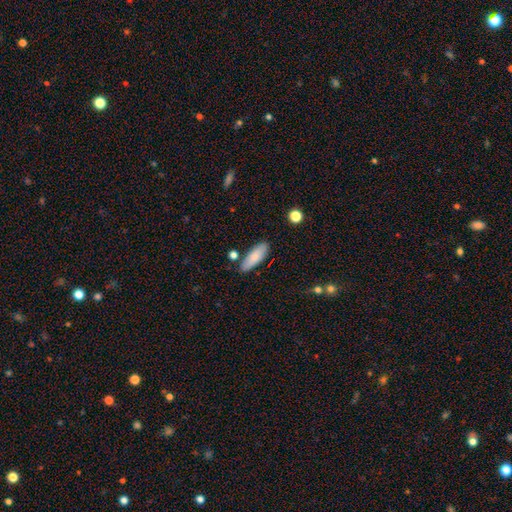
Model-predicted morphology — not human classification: Smooth or featured?
  - smooth: 82% *
  - featured or disk: 12%
  - star or artifact: 6%
How rounded?
  - in between: 63% *
  - cigar-shaped: 35%
  - round: 2%
Merging?
  - none: 82% *
  - minor disturbance: 12%
  - merger: 4%
  - major disturbance: 2%